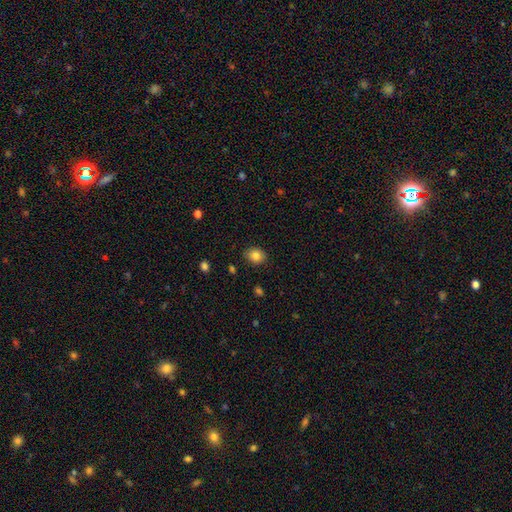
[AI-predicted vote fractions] smooth-or-featured: smooth: 84% | star or artifact: 10% | featured or disk: 7%
  how-rounded: in between: 52% | round: 48% | cigar-shaped: 1%
  merging: none: 85% | minor disturbance: 12% | major disturbance: 2% | merger: 1%